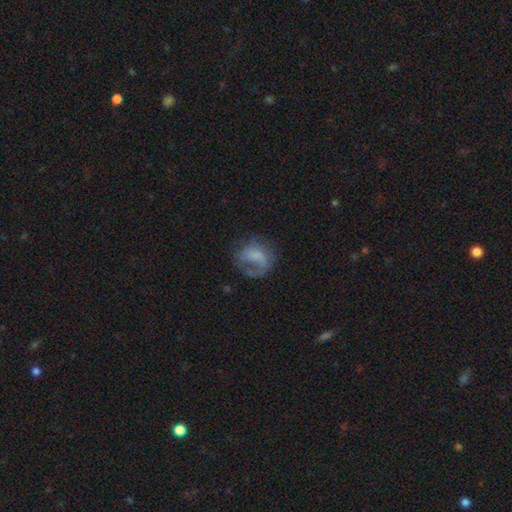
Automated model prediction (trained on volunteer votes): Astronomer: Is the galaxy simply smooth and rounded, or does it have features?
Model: smooth — 46% (runner-up: featured or disk, 43%).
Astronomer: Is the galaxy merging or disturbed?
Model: none — 40% (runner-up: major disturbance, 37%).